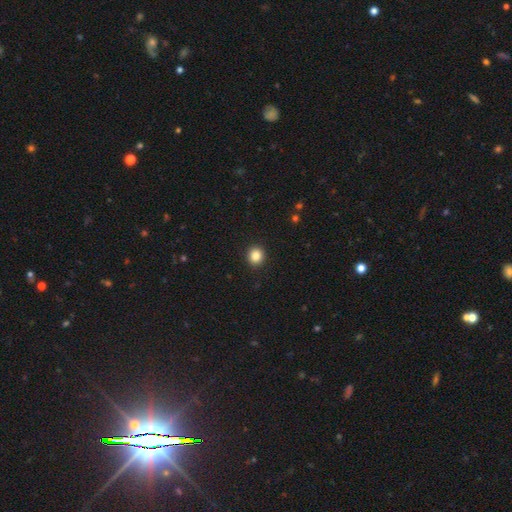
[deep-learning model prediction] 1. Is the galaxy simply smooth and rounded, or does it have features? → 85% smooth, 10% star or artifact, 4% featured or disk.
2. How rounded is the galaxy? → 88% round, 11% in between, 1% cigar-shaped.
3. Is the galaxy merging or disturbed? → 93% none, 5% minor disturbance, 2% major disturbance, 1% merger.